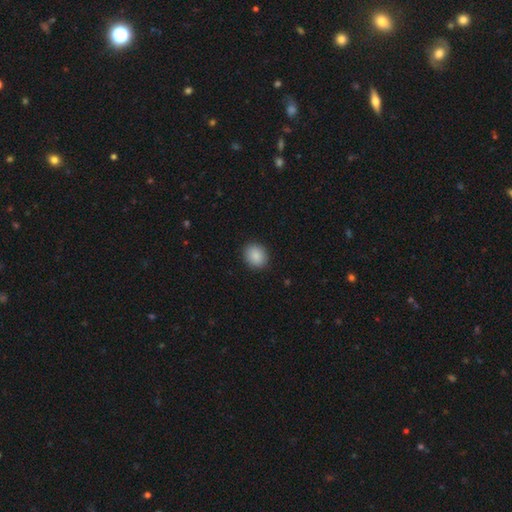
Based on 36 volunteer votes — A smooth galaxy with no disk features (94%) that is round (56%).

Vote fractions:
- Smooth or featured? smooth: 94% / featured or disk: 6% / star or artifact: 0%
- How rounded? round: 56% / in between: 41% / cigar-shaped: 3%
- Merging? none: 97% / minor disturbance: 3% / major disturbance: 0% / merger: 0%